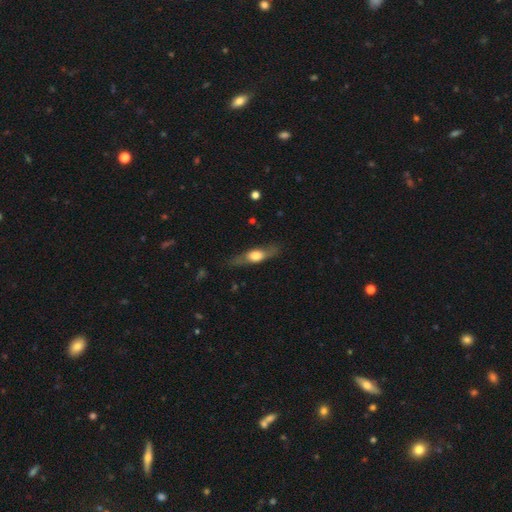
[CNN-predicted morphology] A featured or disk galaxy (49%). Merging: none (74%).